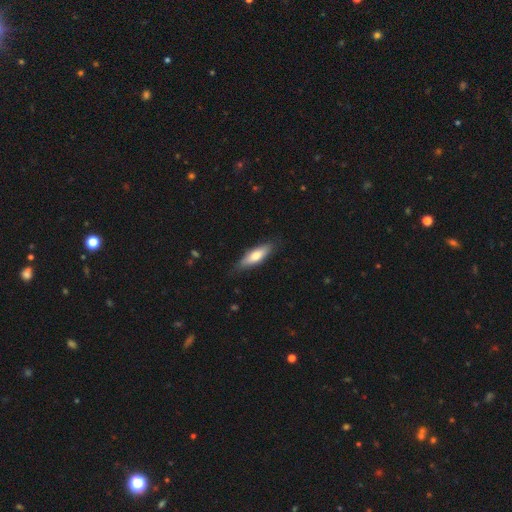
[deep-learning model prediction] Q: Smooth or featured?
A: smooth (70%); runner-up: featured or disk (24%)
Q: How rounded?
A: in between (51%); runner-up: cigar-shaped (48%)
Q: Merging?
A: none (81%); runner-up: minor disturbance (15%)